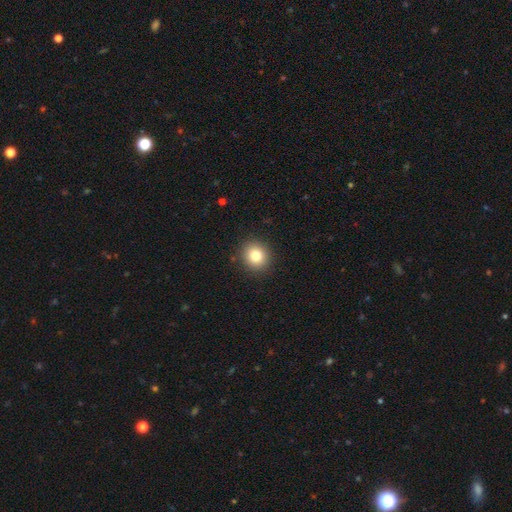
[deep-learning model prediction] Overall: smooth (81%). How rounded: round (87%). Merging: none (91%).